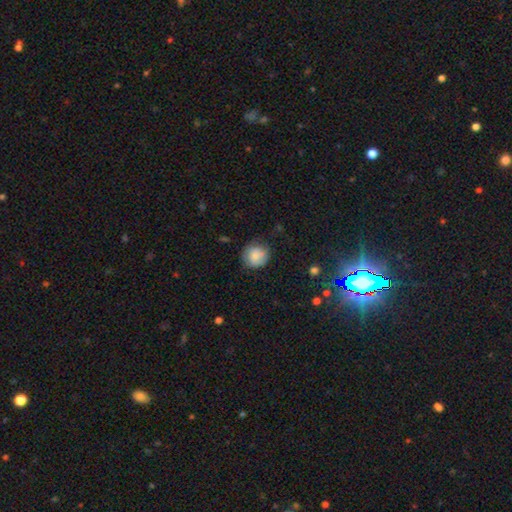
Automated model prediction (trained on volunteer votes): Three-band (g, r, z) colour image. It shows a smooth galaxy with no disk features (80%) that is round (90%). Merging: none (72%).